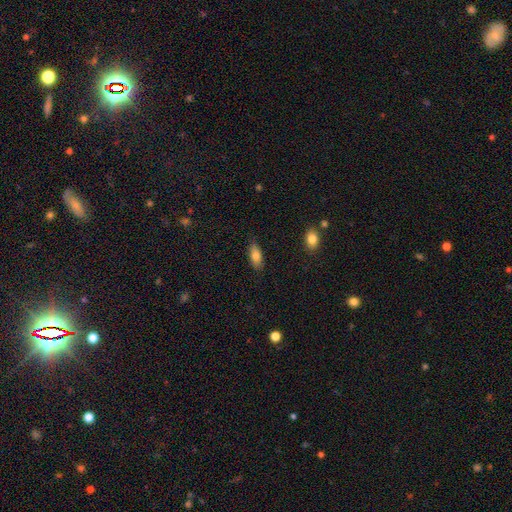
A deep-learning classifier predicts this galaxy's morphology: Smooth or featured?
  - smooth: 77% *
  - featured or disk: 16%
  - star or artifact: 7%
How rounded?
  - in between: 80% *
  - cigar-shaped: 17%
  - round: 3%
Merging?
  - none: 85% *
  - minor disturbance: 11%
  - major disturbance: 2%
  - merger: 1%